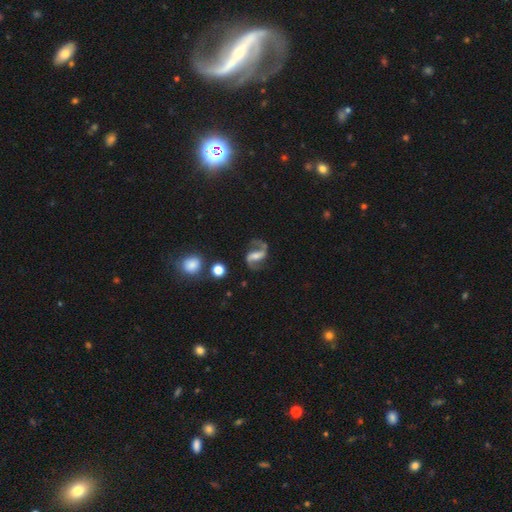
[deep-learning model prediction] A featured or disk galaxy (88%) with a strong bar (49%), 2 (93%) loose (51%) spiral arms (96%) and a moderate central bulge (34%).

Vote fractions:
- Smooth or featured? featured or disk: 88% / smooth: 6% / star or artifact: 6%
- Edge-on disk? no: 97% / yes: 3%
- Bar? strong: 49% / weak: 37% / no: 15%
- Spiral arms? yes: 96% / no: 4%
- Spiral winding? loose: 51% / medium: 42% / tight: 8%
- Spiral arm count? 2: 93% / 1: 2% / can't tell: 2% / 3: 1% / 4: 1% / more than 4: 1%
- Bulge size? moderate: 34% / small: 30% / none: 22% / large: 11% / dominant: 2%
- Merging? none: 76% / minor disturbance: 13% / major disturbance: 8% / merger: 3%